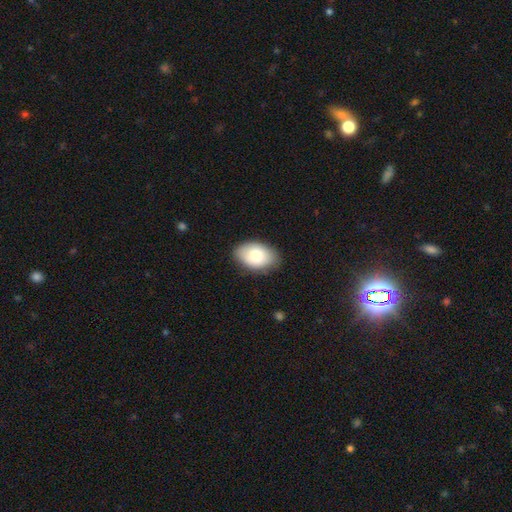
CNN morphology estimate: This is likely a smooth galaxy (79%). How rounded: clearly in between (90%). Merging: clearly none (83%).